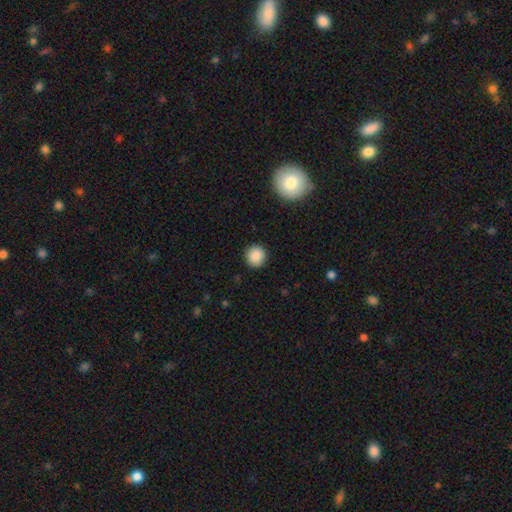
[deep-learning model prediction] smooth 88%, star or artifact 9%, featured or disk 4%. Down the decision tree: how rounded — round (92%); merging — none (91%).